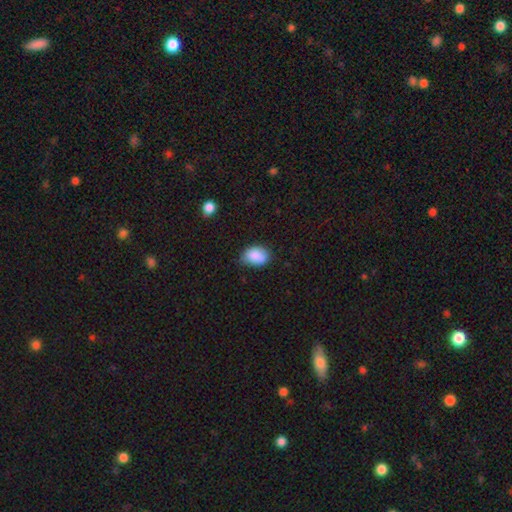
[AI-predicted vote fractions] Overall: smooth (87%). How rounded: in between (77%). Merging: none (64%; minor disturbance 29%).